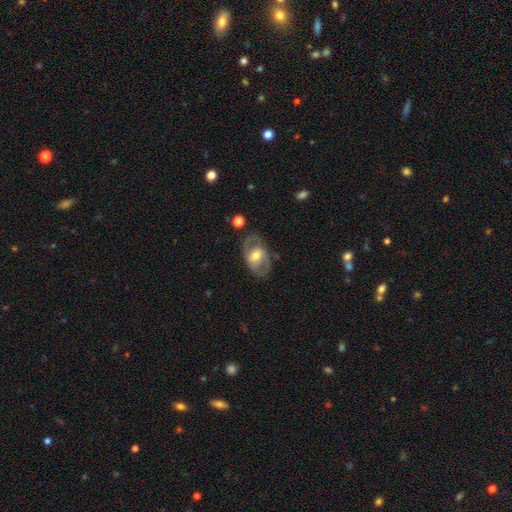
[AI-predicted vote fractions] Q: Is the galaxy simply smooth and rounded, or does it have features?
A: featured or disk — 65%.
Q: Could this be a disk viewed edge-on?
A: no — 92%.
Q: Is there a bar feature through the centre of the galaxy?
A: weak — 40%.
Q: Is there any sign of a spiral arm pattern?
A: yes — 62%.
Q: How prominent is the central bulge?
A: moderate — 64%.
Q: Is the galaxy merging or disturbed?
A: none — 73%.